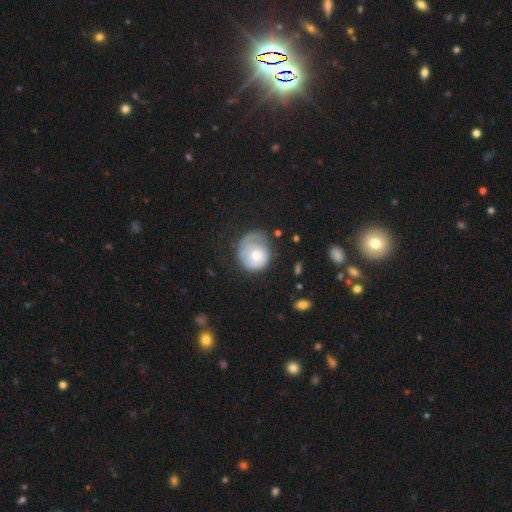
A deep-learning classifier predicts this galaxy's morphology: smooth 59%, featured or disk 34%, star or artifact 7%. Down the decision tree: how rounded — round (76%); merging — none (37%).